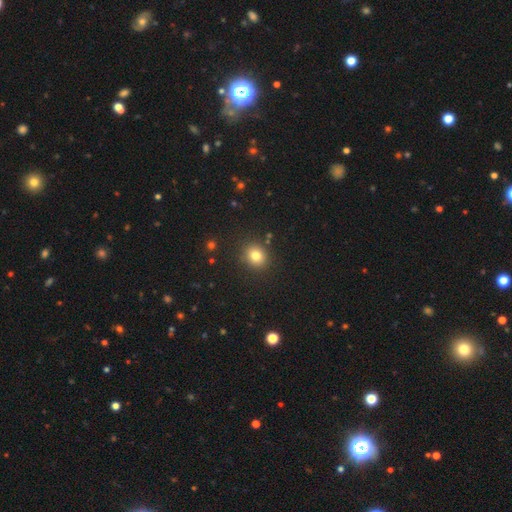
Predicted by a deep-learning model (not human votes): Morphology: type=smooth (80%); roundness=round (77%); merging=none (87%).